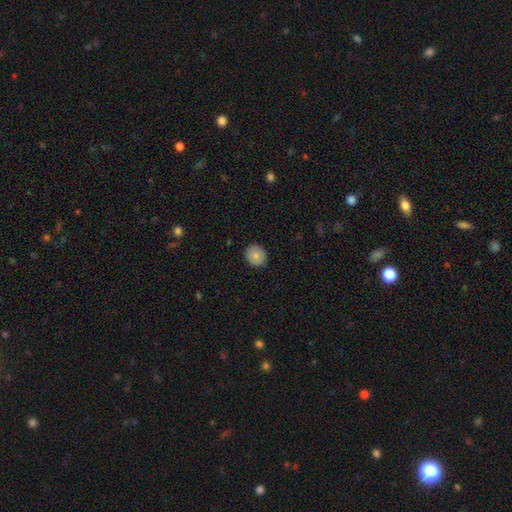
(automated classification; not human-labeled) smooth_or_featured: smooth (p=0.79) [alt: featured or disk p=0.13]
how_rounded: round (p=0.89) [alt: in between p=0.10]
merging: none (p=0.90) [alt: minor disturbance p=0.07]